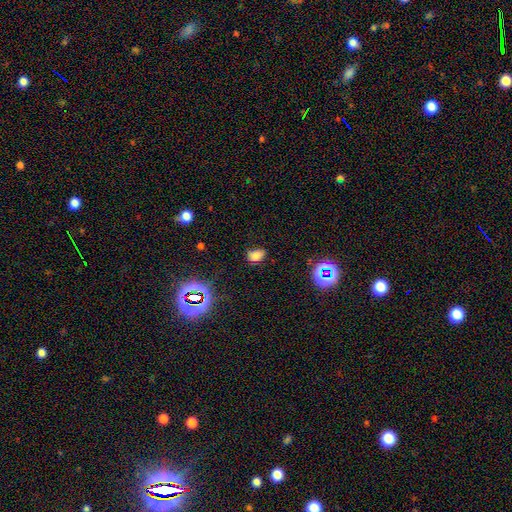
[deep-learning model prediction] Smooth or featured: smooth — 71% (star or artifact — 20%)
How rounded: in between — 80% (round — 18%)
Merging: none — 68% (minor disturbance — 23%)